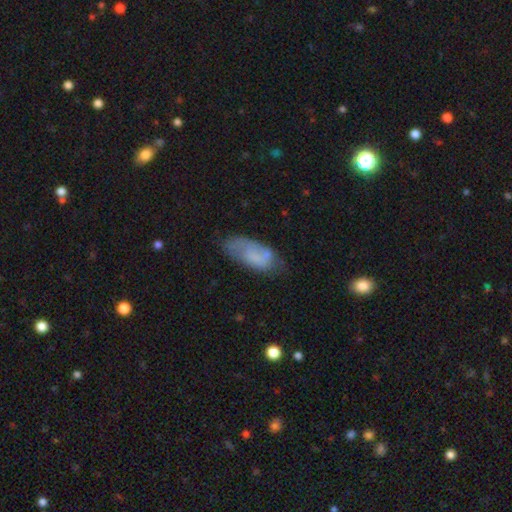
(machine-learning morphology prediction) smooth-or-featured: smooth: 63% | featured or disk: 28% | star or artifact: 8%
  how-rounded: in between: 86% | cigar-shaped: 12% | round: 2%
  merging: none: 50% | minor disturbance: 31% | major disturbance: 14% | merger: 4%